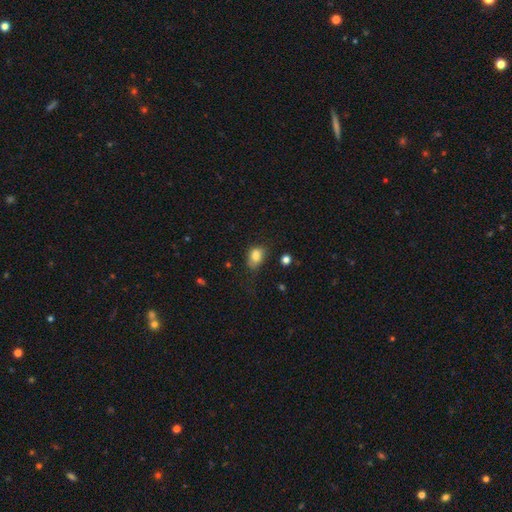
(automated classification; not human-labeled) Smooth or featured: smooth — 79% (featured or disk — 11%)
How rounded: in between — 73% (round — 25%)
Merging: none — 49% (minor disturbance — 33%)